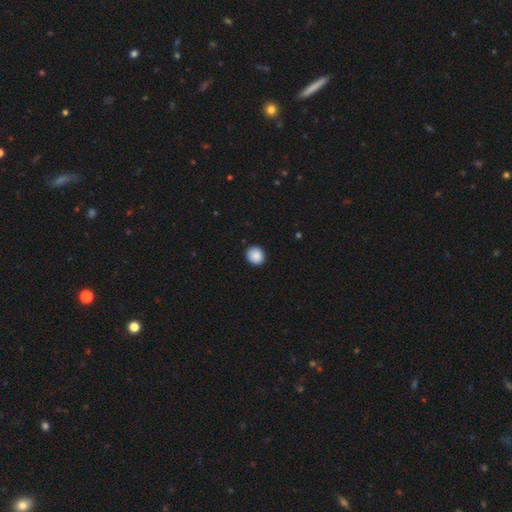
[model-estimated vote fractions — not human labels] Morphology: type=smooth (89%); roundness=round (82%); merging=none (91%).